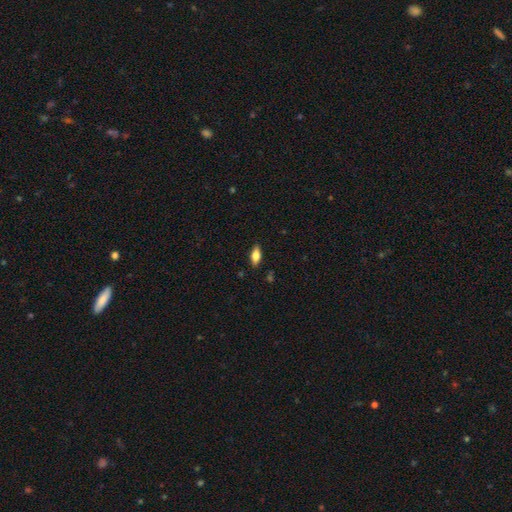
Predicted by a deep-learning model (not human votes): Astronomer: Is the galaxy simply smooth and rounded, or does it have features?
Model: smooth — 70%.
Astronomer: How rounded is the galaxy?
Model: in between — 82%.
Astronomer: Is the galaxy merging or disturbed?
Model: none — 87%.